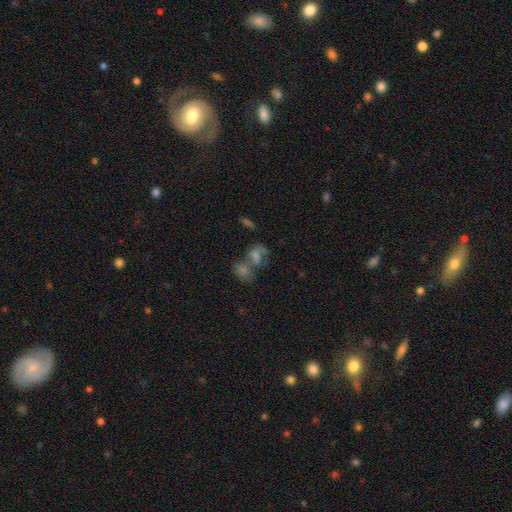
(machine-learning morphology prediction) This is marginally a smooth galaxy (42%). Merging: possibly merger (49%).